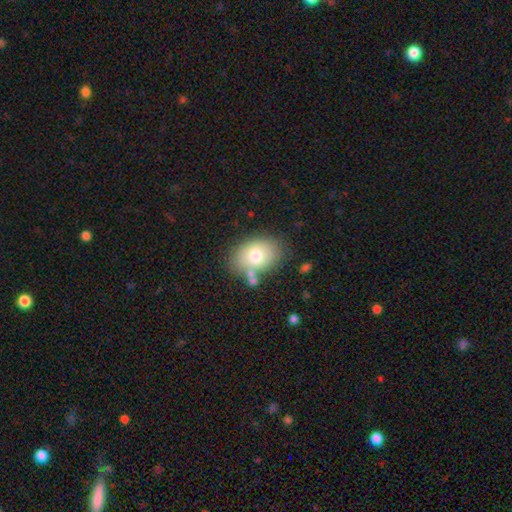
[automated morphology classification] smooth 74%, featured or disk 18%, star or artifact 9%. Down the decision tree: how rounded — in between (76%); merging — none (70%).